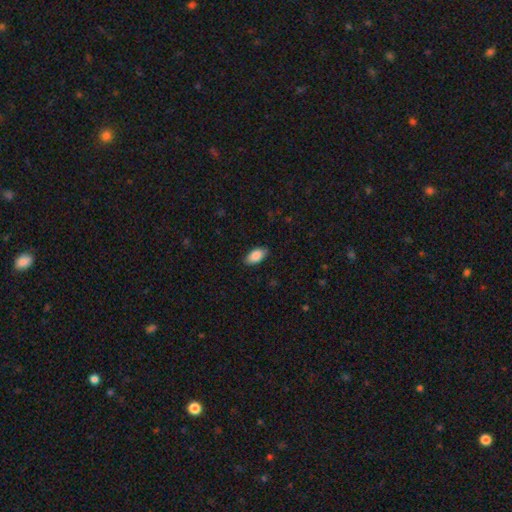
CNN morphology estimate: Smooth or featured? smooth (87%)
How rounded? in between (93%)
Merging? none (85%)